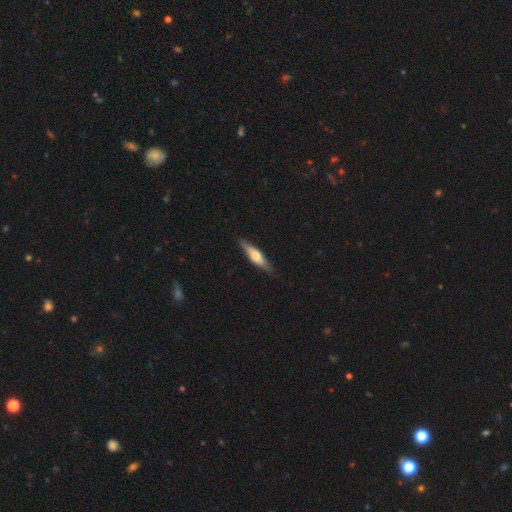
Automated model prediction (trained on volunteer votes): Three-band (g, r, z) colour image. It shows a smooth galaxy with no disk features (48%). Merging: none (87%).